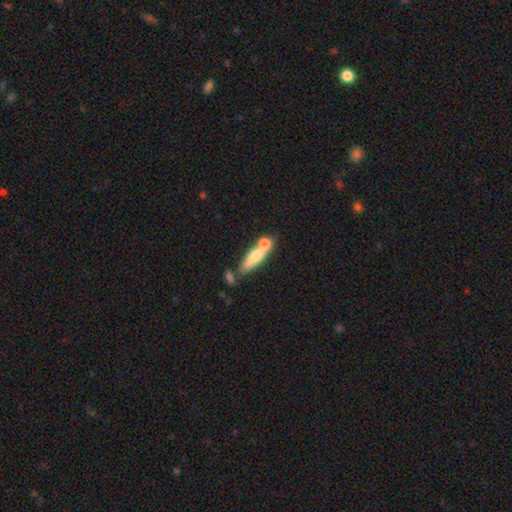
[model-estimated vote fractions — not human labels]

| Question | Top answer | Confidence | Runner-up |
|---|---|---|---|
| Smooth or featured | smooth | 65% | featured or disk (27%) |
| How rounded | cigar-shaped | 47% | in between (46%) |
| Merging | merger | 50% | none (31%) |